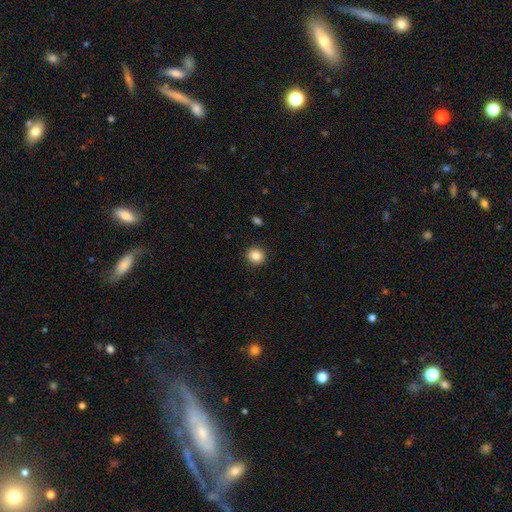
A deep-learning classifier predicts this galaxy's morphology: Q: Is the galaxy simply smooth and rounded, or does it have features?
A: smooth — 85%.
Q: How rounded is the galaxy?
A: round — 89%.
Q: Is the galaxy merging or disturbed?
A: none — 91%.